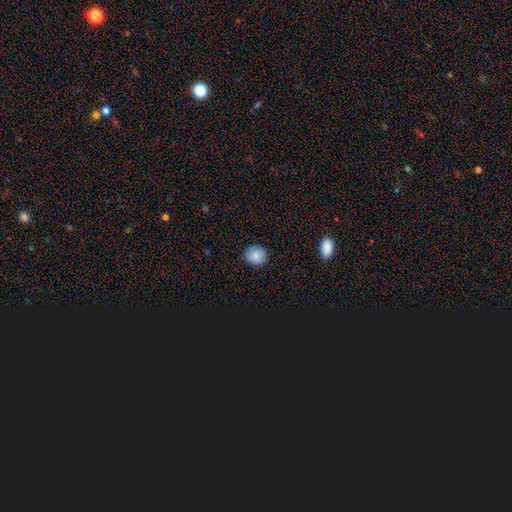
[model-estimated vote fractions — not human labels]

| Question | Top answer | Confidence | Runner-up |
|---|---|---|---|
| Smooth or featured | smooth | 84% | star or artifact (10%) |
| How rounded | round | 85% | in between (14%) |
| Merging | none | 88% | minor disturbance (9%) |